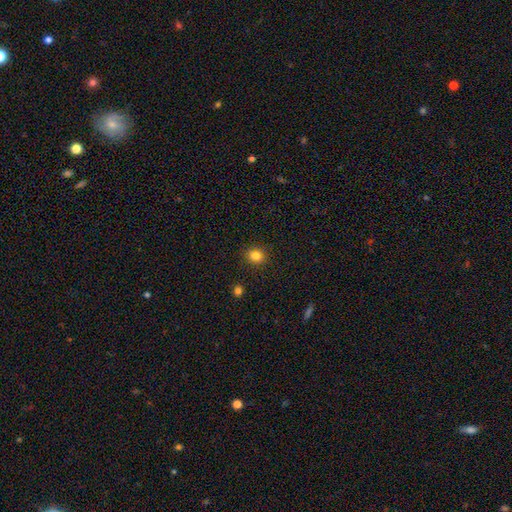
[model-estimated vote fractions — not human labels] smooth-or-featured: smooth: 83% | star or artifact: 12% | featured or disk: 5%
  how-rounded: round: 76% | in between: 23% | cigar-shaped: 1%
  merging: none: 90% | minor disturbance: 7% | major disturbance: 2% | merger: 1%